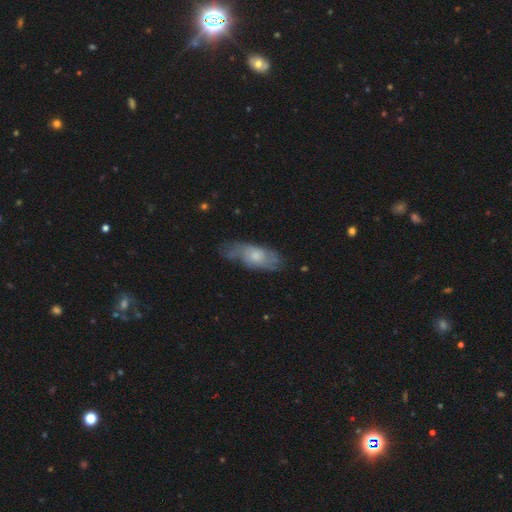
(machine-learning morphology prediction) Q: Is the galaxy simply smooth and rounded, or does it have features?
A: featured or disk — 52%.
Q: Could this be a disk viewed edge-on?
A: no — 84%.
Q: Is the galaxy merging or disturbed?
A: none — 59%.